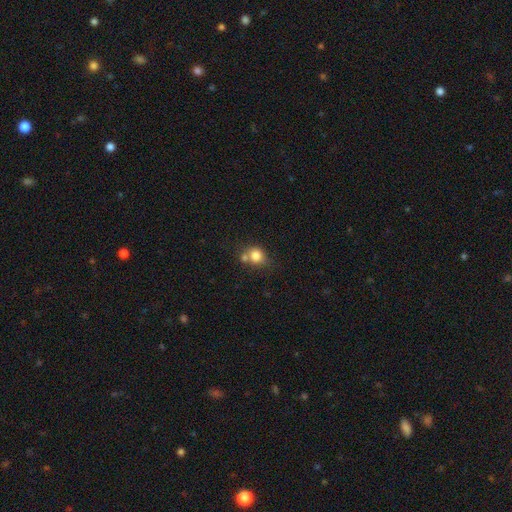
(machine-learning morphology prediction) Smooth or featured: smooth — 80% (star or artifact — 11%)
How rounded: round — 76% (in between — 23%)
Merging: none — 49% (merger — 33%)